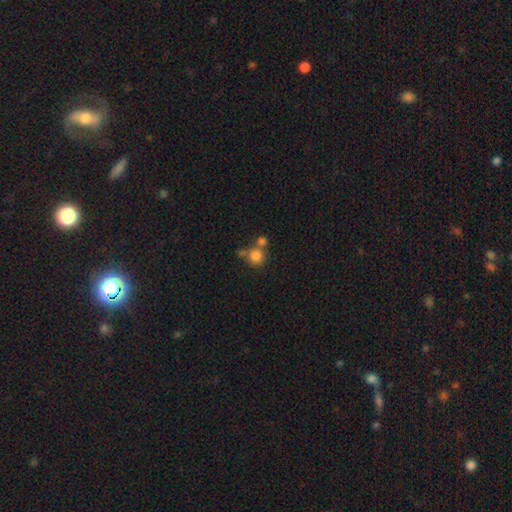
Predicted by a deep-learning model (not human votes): A smooth galaxy with no disk features (81%) that is round (91%).

Vote fractions:
- Smooth or featured? smooth: 81% / star or artifact: 12% / featured or disk: 8%
- How rounded? round: 91% / in between: 8% / cigar-shaped: 1%
- Merging? none: 54% / merger: 33% / minor disturbance: 9% / major disturbance: 4%